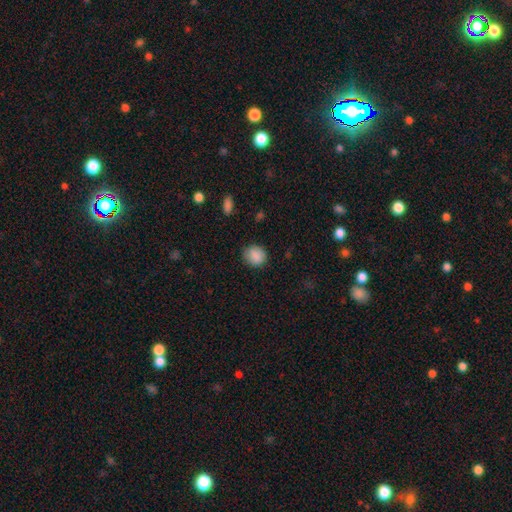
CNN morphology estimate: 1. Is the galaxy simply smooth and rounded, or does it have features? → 88% smooth, 8% star or artifact, 4% featured or disk.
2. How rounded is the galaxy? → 76% round, 23% in between, 1% cigar-shaped.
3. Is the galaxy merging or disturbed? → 82% none, 14% minor disturbance, 3% major disturbance, 1% merger.